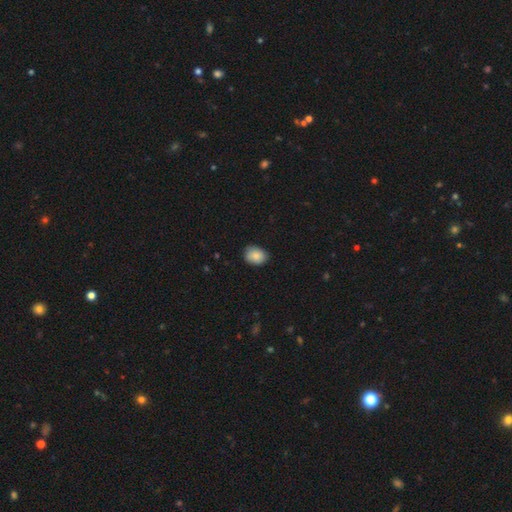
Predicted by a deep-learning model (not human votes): Morphology: type=smooth (87%); roundness=in between (65%); merging=none (82%).